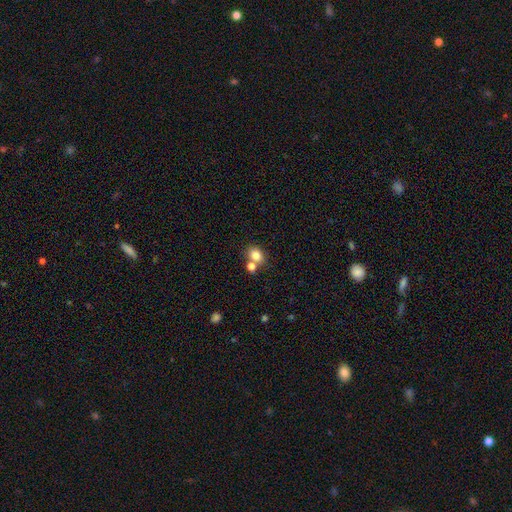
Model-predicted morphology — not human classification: The model was most divided on "how rounded": in between: 52%, round: 47%, cigar-shaped: 1%. More confident: smooth or featured — smooth (81%); merging — none (57%).